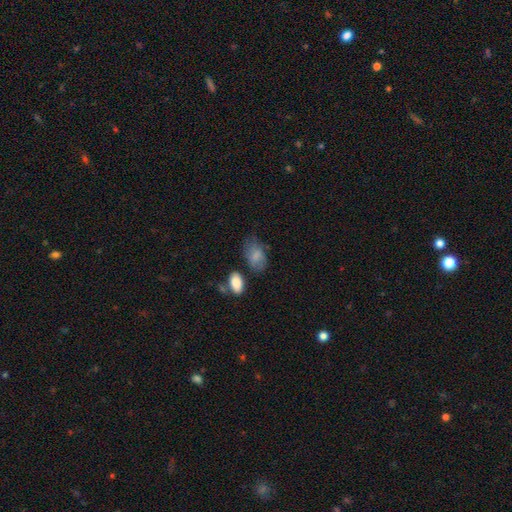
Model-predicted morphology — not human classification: Smooth or featured? smooth (76%)
How rounded? in between (87%)
Merging? none (51%)